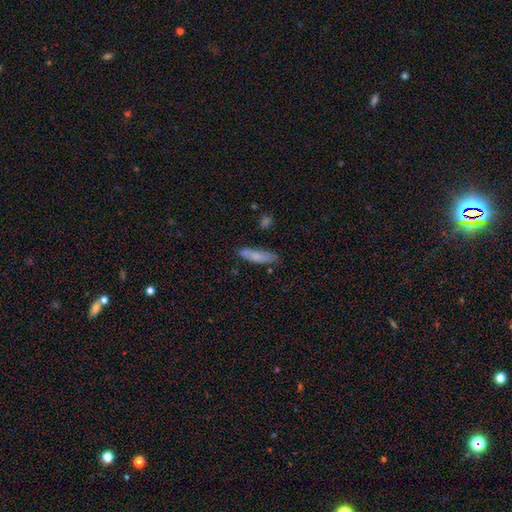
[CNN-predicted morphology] This appears to be a smooth galaxy with no disk features (73%) that is cigar-shaped (66%). Merging: none (70%).